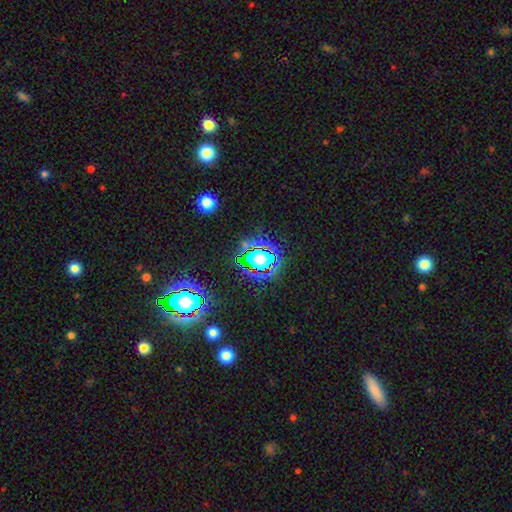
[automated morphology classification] Q: Smooth or featured?
A: star or artifact (74%); runner-up: smooth (16%)